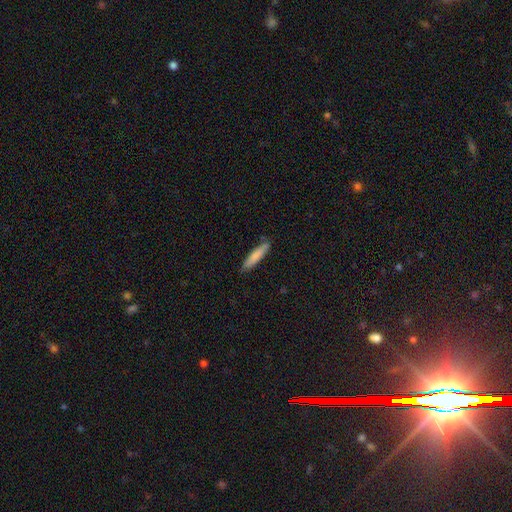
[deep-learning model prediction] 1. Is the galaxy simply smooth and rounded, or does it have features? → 80% smooth, 14% featured or disk, 6% star or artifact.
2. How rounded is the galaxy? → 86% cigar-shaped, 13% in between, 1% round.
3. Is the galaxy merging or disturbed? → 83% none, 13% minor disturbance, 2% major disturbance, 2% merger.